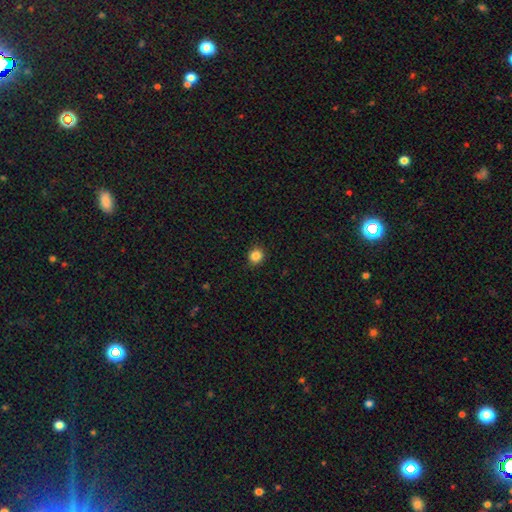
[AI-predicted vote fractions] Smooth or featured: smooth — 85% (star or artifact — 11%)
How rounded: round — 86% (in between — 13%)
Merging: none — 91% (minor disturbance — 7%)